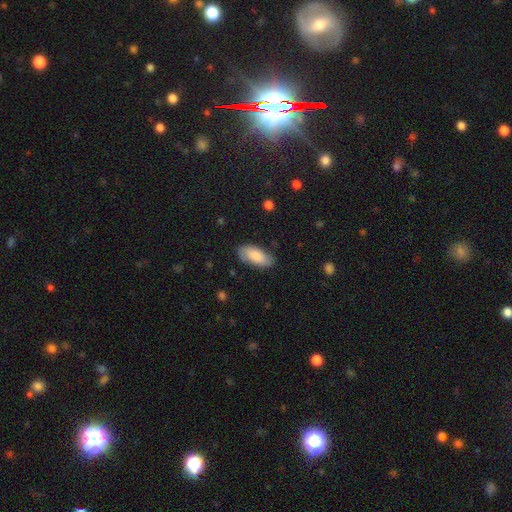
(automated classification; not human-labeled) A smooth galaxy with no disk features (77%) that is in between round and cigar-shaped (91%).

Vote fractions:
- Smooth or featured? smooth: 77% / featured or disk: 17% / star or artifact: 6%
- How rounded? in between: 91% / cigar-shaped: 7% / round: 2%
- Merging? none: 79% / minor disturbance: 16% / major disturbance: 4% / merger: 1%